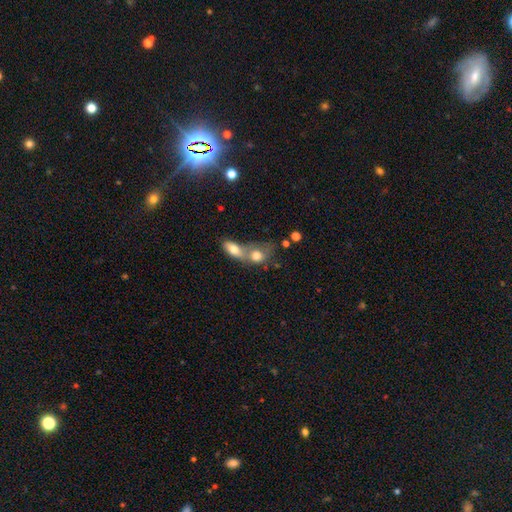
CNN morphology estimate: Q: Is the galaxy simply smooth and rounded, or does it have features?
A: smooth — 74%.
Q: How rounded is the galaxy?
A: in between — 58%.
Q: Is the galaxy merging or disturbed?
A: merger — 68%.